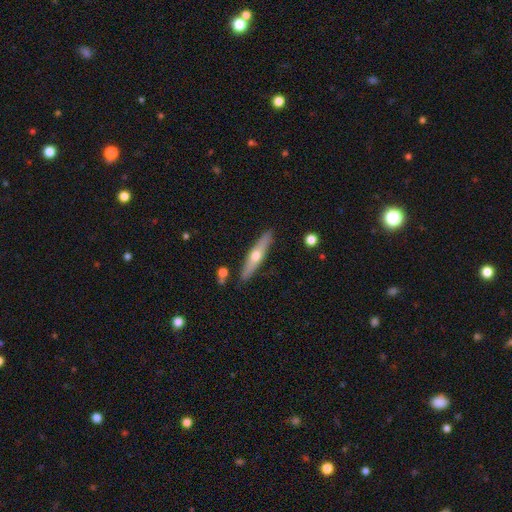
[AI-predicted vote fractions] Smooth or featured? Predicted: featured or disk (p=0.57). Edge-on disk? Predicted: yes (p=0.91). Edge-on bulge? Predicted: rounded (p=0.90). Merging? Predicted: none (p=0.88).